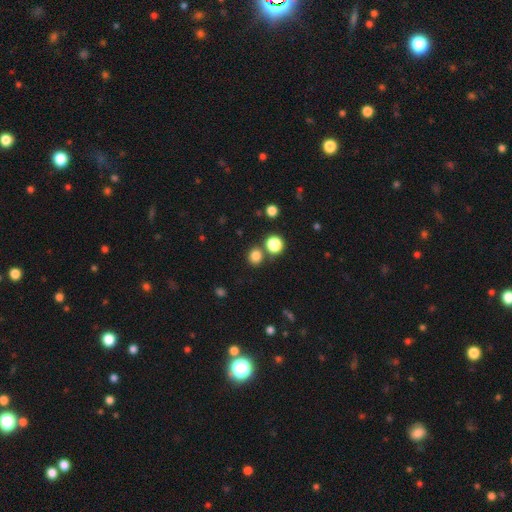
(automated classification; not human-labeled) The model was most divided on "merging": none: 75%, merger: 14%, minor disturbance: 7%, major disturbance: 3%. More confident: how rounded — round (84%); smooth or featured — smooth (81%).